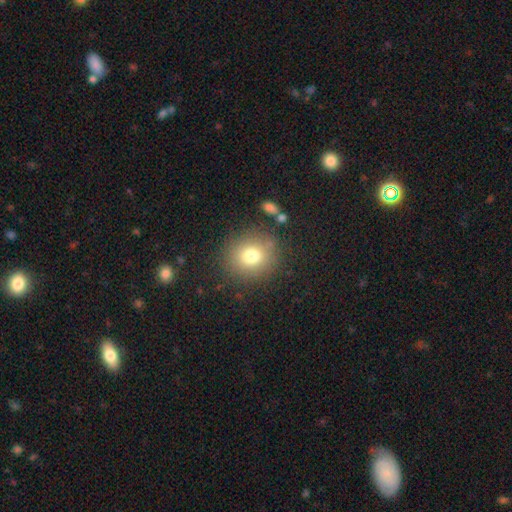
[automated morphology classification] This appears to be a smooth galaxy with no disk features (77%) that is round (82%). Merging: none (83%).